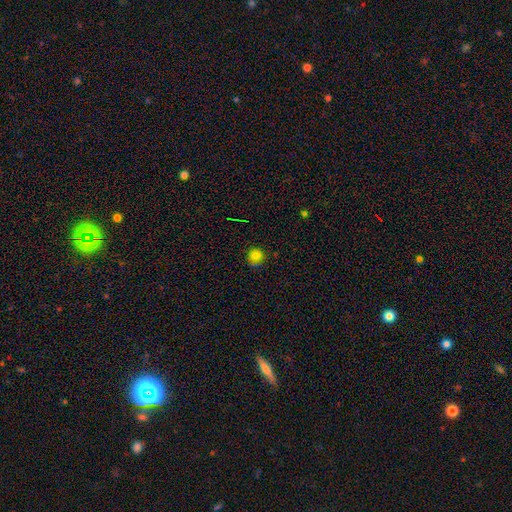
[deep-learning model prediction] A smooth galaxy with no disk features (79%) that is round (89%).

Vote fractions:
- Smooth or featured? smooth: 79% / star or artifact: 17% / featured or disk: 4%
- How rounded? round: 89% / in between: 10% / cigar-shaped: 1%
- Merging? none: 82% / minor disturbance: 14% / major disturbance: 3% / merger: 2%